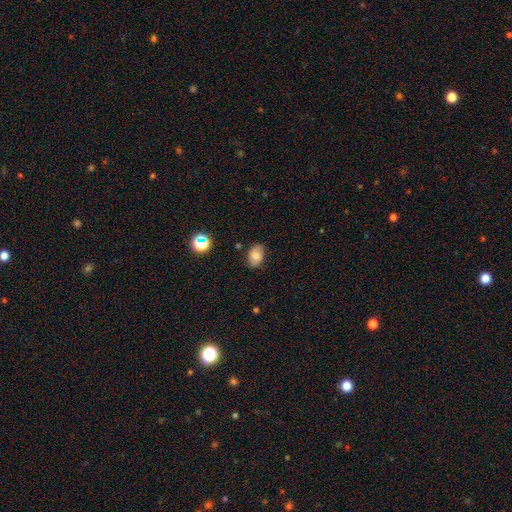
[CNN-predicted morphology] smooth-or-featured: smooth: 74% | featured or disk: 15% | star or artifact: 11%
  how-rounded: in between: 82% | round: 17% | cigar-shaped: 1%
  merging: none: 79% | minor disturbance: 16% | major disturbance: 3% | merger: 2%